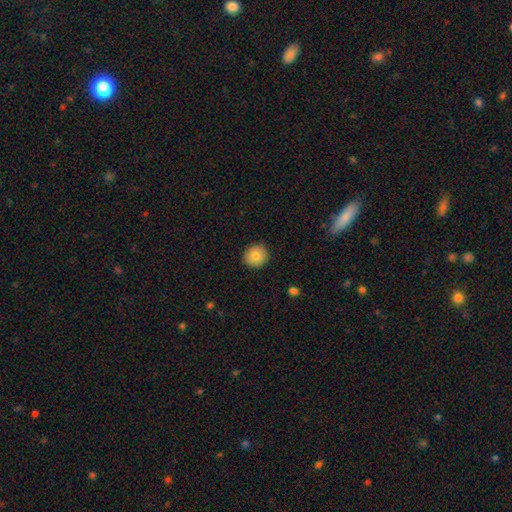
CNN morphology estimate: Overall: smooth (83%). How rounded: round (88%). Merging: none (90%).